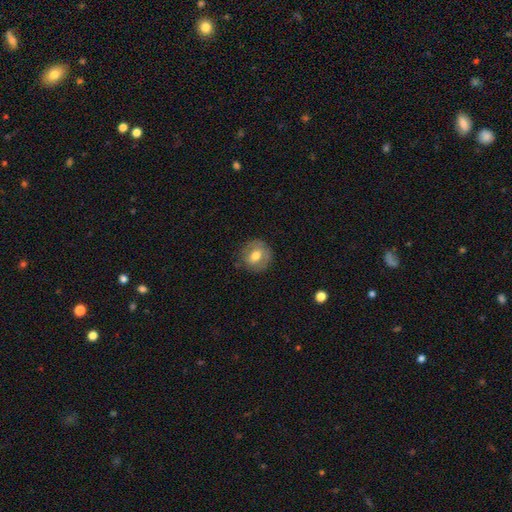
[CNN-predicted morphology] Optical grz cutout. It shows a smooth galaxy with no disk features (59%) that is round (83%). Merging: none (80%).